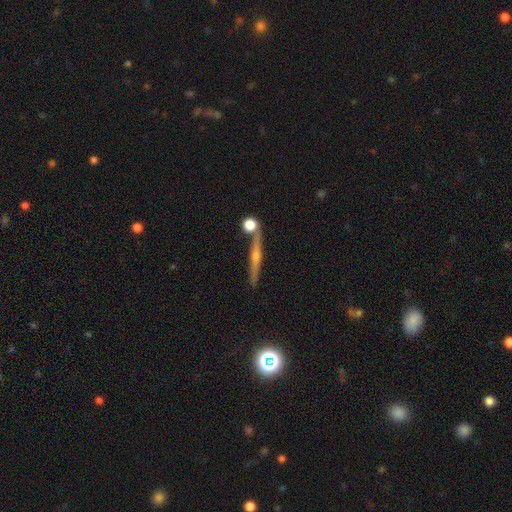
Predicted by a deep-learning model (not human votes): smooth_or_featured: featured or disk (p=0.71) [alt: smooth p=0.20]
disk_edge_on: yes (p=0.97) [alt: no p=0.03]
edge_on_bulge: rounded (p=0.79) [alt: none p=0.14]
merging: none (p=0.79) [alt: minor disturbance p=0.09]